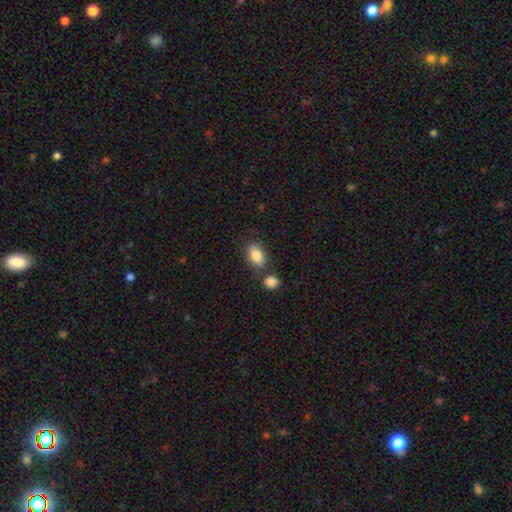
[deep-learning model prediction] Overall: smooth (85%). How rounded: in between (88%). Merging: none (67%).